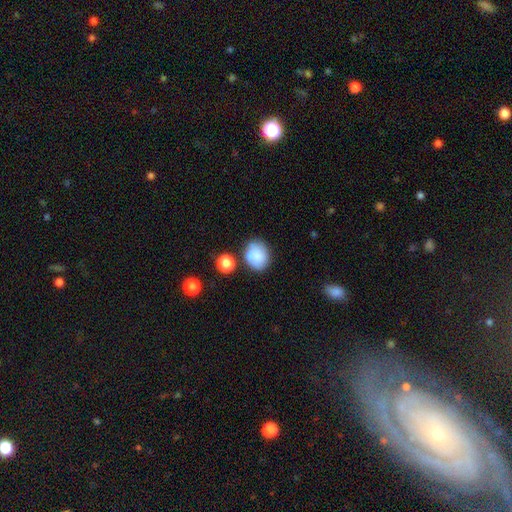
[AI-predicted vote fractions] Smooth or featured: smooth — 80% (featured or disk — 12%)
How rounded: round — 50% (in between — 49%)
Merging: none — 59% (minor disturbance — 19%)